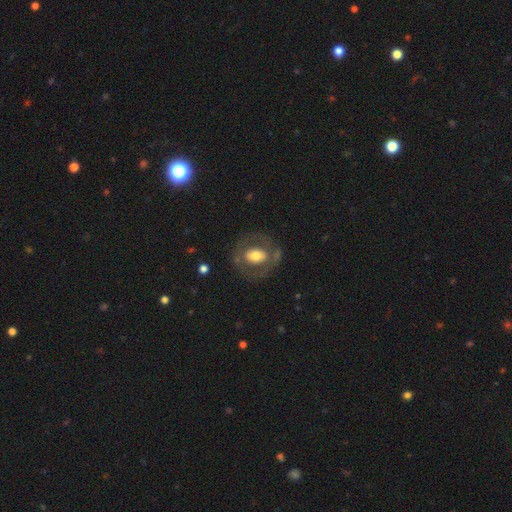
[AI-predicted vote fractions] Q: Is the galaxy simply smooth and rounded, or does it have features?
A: featured or disk — 48%.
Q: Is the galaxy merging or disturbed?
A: none — 71%.